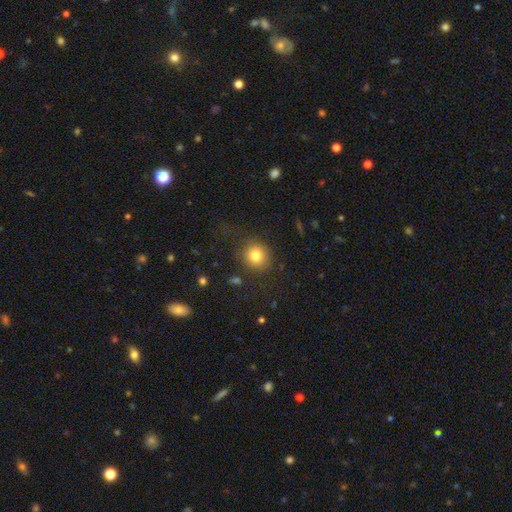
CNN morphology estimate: A smooth galaxy with no disk features (80%) that is round (87%). Merging: none (83%).